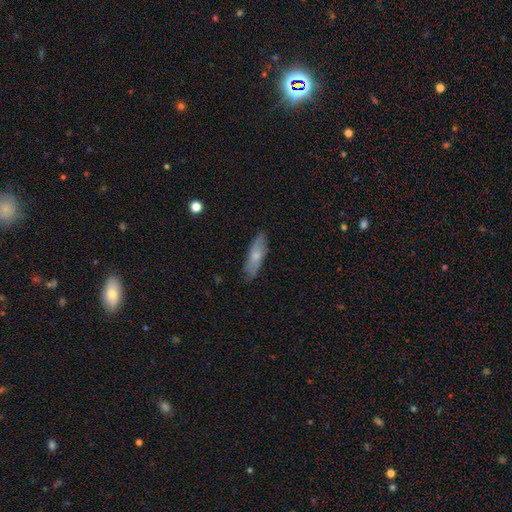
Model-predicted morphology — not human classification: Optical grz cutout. It shows a smooth galaxy with no disk features (66%) that is cigar-shaped (59%). Merging: none (82%).